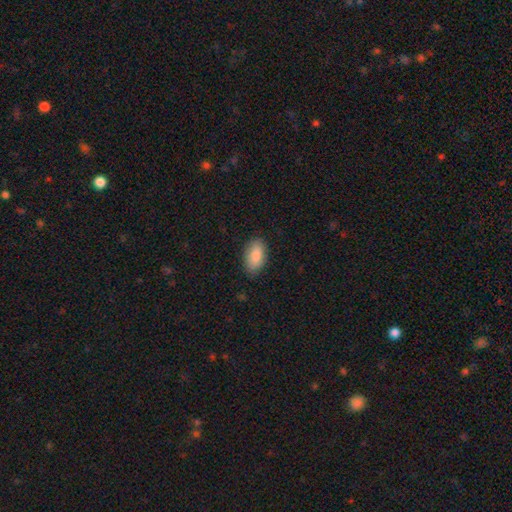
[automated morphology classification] This appears to be a smooth galaxy with no disk features (87%) that is in between round and cigar-shaped (93%). Merging: none (85%).